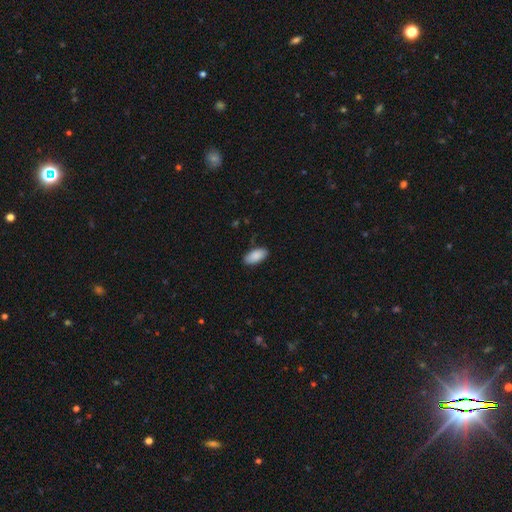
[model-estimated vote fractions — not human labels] Smooth or featured? smooth (89%)
How rounded? in between (93%)
Merging? none (84%)